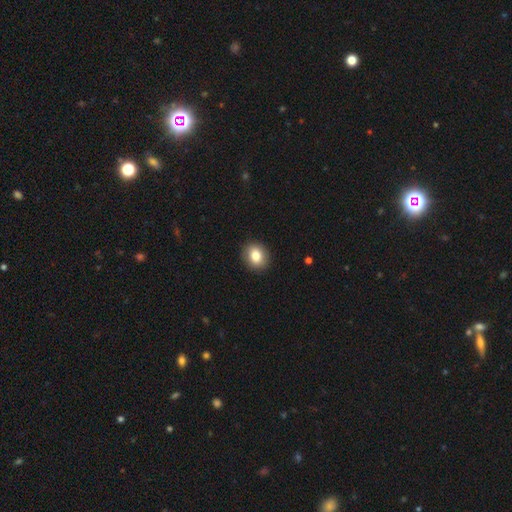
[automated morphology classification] A smooth galaxy with no disk features (82%) that is round (62%). Merging: none (91%).